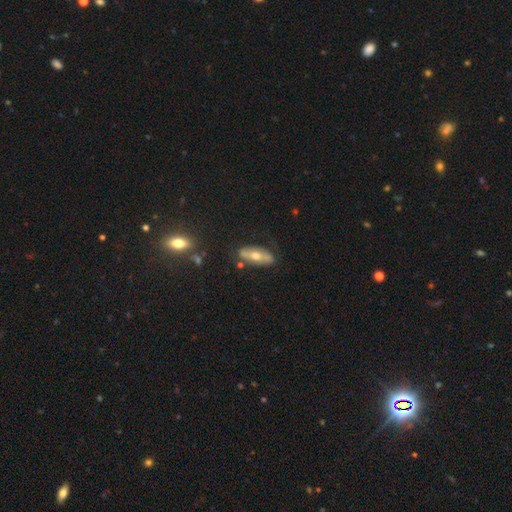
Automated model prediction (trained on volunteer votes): smooth-or-featured: smooth: 48% | featured or disk: 45% | star or artifact: 7%
  merging: none: 76% | minor disturbance: 16% | major disturbance: 4% | merger: 4%